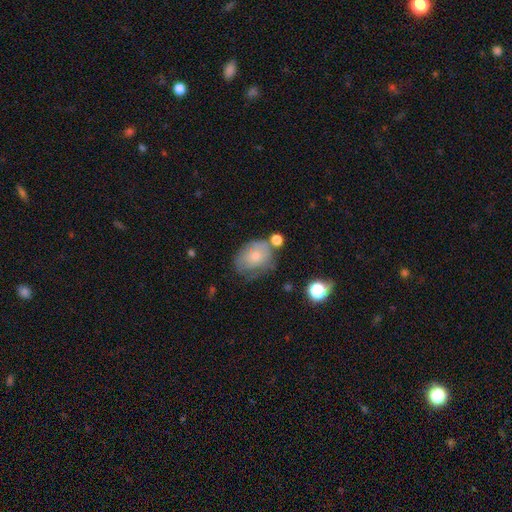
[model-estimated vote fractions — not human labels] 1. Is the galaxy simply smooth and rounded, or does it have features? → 66% smooth, 25% featured or disk, 9% star or artifact.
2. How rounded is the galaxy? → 59% in between, 40% round, 1% cigar-shaped.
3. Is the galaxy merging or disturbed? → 42% none, 30% minor disturbance, 16% major disturbance, 11% merger.